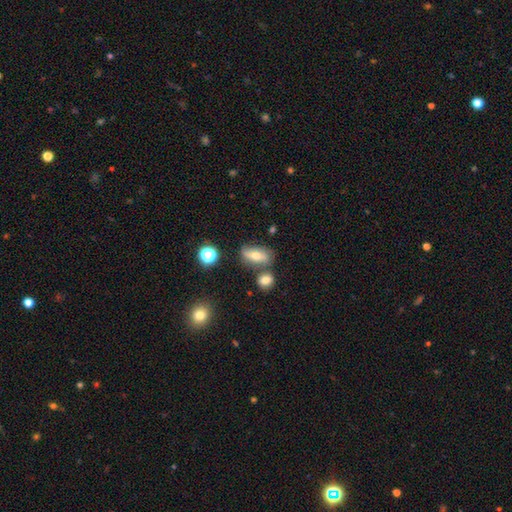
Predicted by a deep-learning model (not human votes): The model was most divided on "smooth or featured": smooth: 56%, featured or disk: 33%, star or artifact: 11%. More confident: how rounded — in between (77%); merging — none (62%).